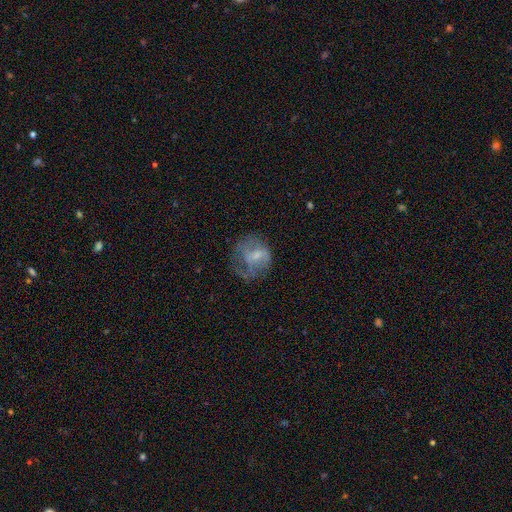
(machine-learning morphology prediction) smooth_or_featured: smooth (p=0.45) [tied with: featured or disk p=0.45]
merging: none (p=0.40) [alt: major disturbance p=0.32]